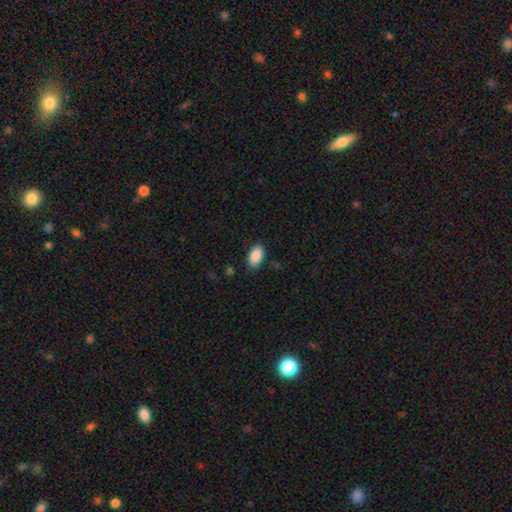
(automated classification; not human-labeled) Smooth or featured? smooth (90%)
How rounded? in between (95%)
Merging? none (85%)